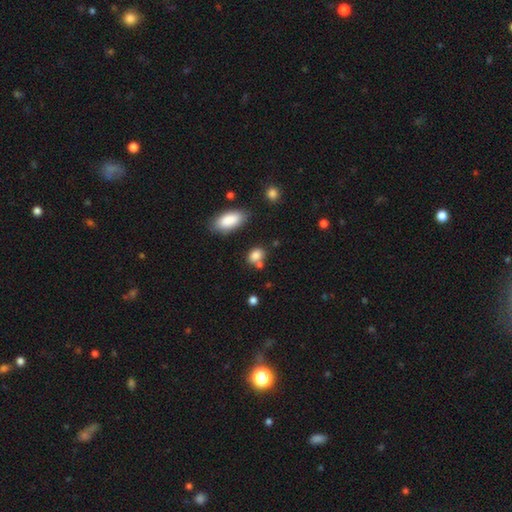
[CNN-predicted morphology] Overall: smooth (82%). How rounded: in between (61%; round 37%). Merging: none (57%; merger 23%).